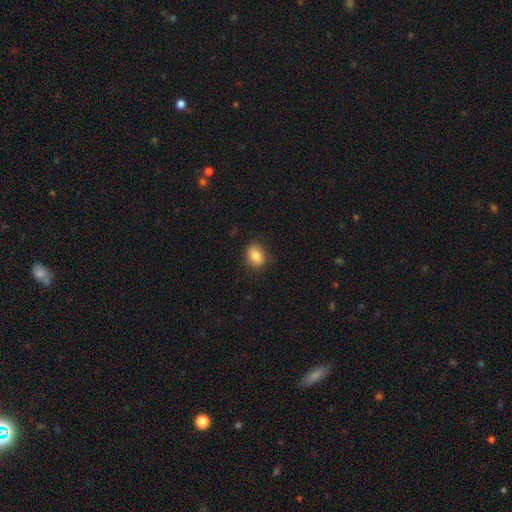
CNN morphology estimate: Q: Smooth or featured?
A: smooth (84%); runner-up: star or artifact (9%)
Q: How rounded?
A: in between (61%); runner-up: round (38%)
Q: Merging?
A: none (84%); runner-up: minor disturbance (12%)